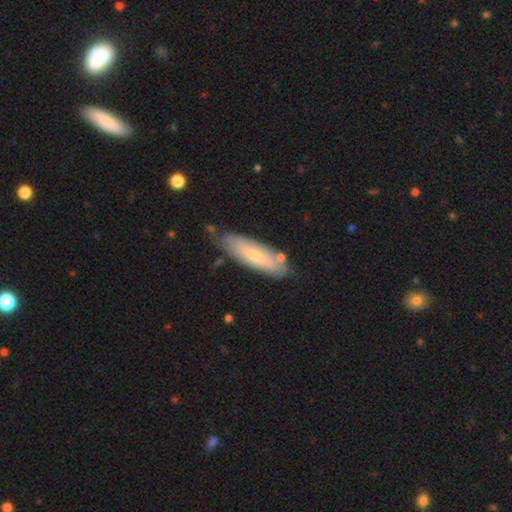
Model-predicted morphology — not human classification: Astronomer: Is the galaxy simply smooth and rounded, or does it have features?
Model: smooth — 58% (runner-up: featured or disk, 36%).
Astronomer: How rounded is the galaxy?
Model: cigar-shaped — 54% (runner-up: in between, 45%).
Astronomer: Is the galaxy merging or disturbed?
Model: none — 75%.